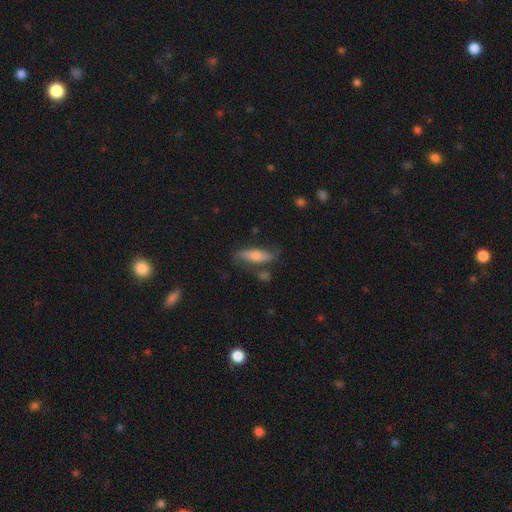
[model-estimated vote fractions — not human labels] Smooth or featured? featured or disk (50%)
Edge-on disk? no (59%)
Merging? none (67%)